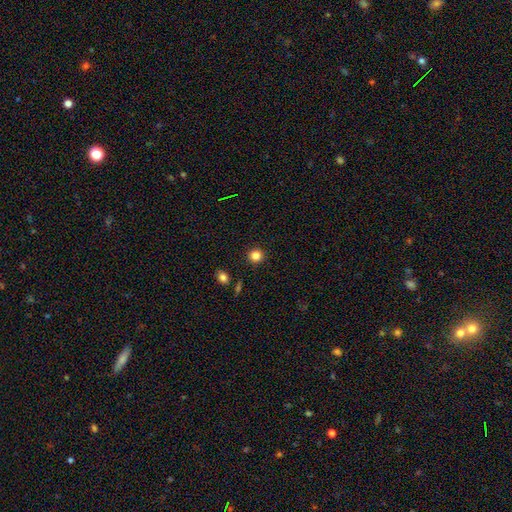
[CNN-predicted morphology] The model was most divided on "smooth or featured": smooth: 84%, star or artifact: 12%, featured or disk: 5%. More confident: how rounded — round (94%); merging — none (92%).